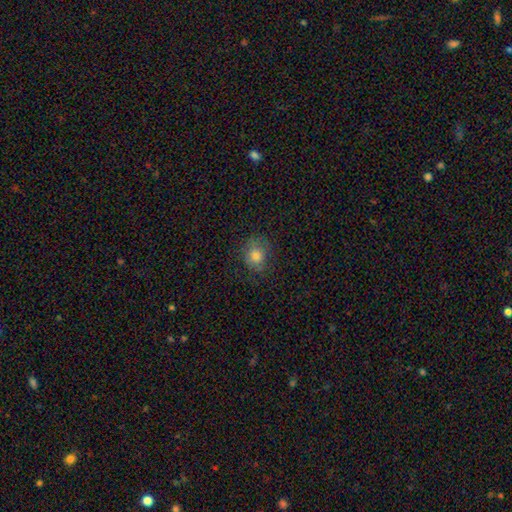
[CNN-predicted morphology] Smooth or featured?
  - smooth: 77% *
  - star or artifact: 12%
  - featured or disk: 11%
How rounded?
  - round: 75% *
  - in between: 24%
  - cigar-shaped: 1%
Merging?
  - none: 76% *
  - minor disturbance: 17%
  - major disturbance: 6%
  - merger: 1%